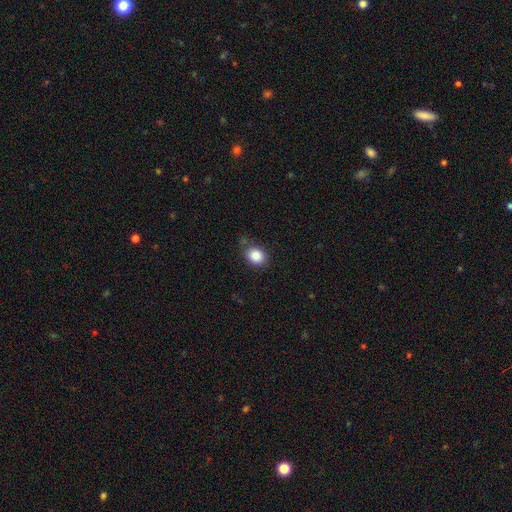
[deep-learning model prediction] Smooth or featured: smooth — 87% (star or artifact — 9%)
How rounded: in between — 56% (round — 43%)
Merging: none — 77% (minor disturbance — 16%)